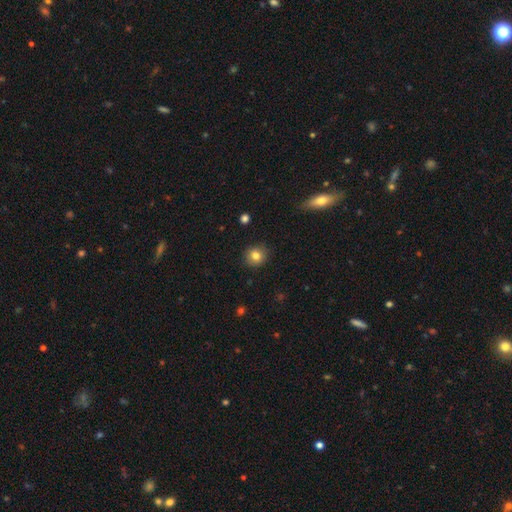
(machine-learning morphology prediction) smooth_or_featured: smooth (p=0.82) [alt: star or artifact p=0.11]
how_rounded: round (p=0.87) [alt: in between p=0.12]
merging: none (p=0.89) [alt: minor disturbance p=0.08]